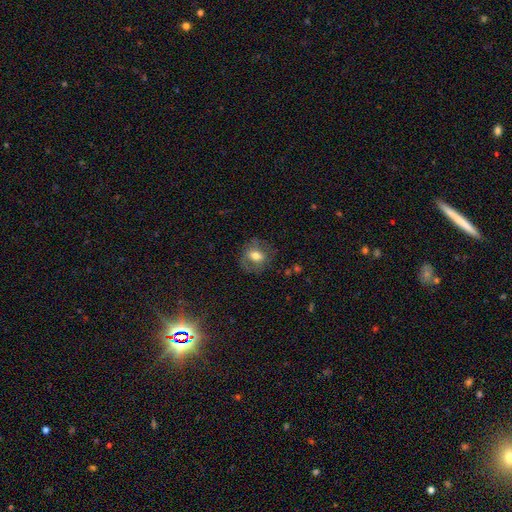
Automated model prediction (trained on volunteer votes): A smooth galaxy with no disk features (59%) that is round (57%). Merging: none (68%).